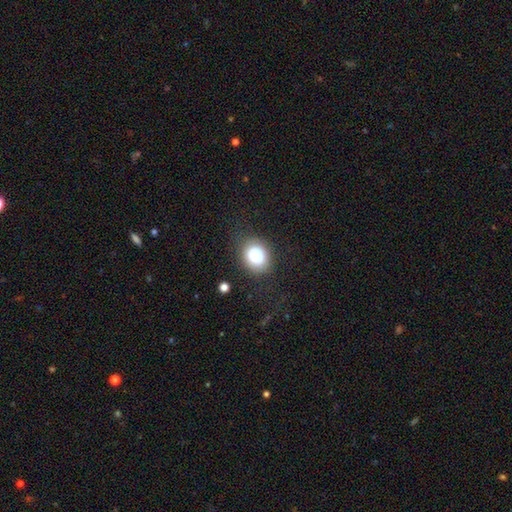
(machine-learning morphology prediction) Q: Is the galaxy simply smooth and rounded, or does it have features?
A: smooth — 85%.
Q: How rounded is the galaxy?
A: round — 50%.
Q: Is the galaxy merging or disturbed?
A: none — 77%.